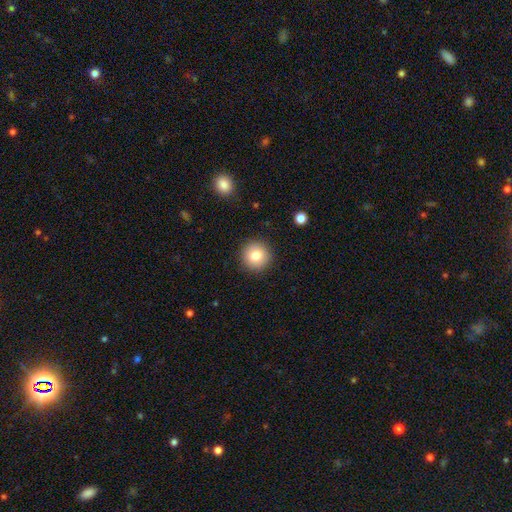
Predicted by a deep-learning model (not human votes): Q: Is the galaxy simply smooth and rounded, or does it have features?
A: smooth — 80%.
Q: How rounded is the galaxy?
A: round — 95%.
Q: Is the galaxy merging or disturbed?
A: none — 92%.